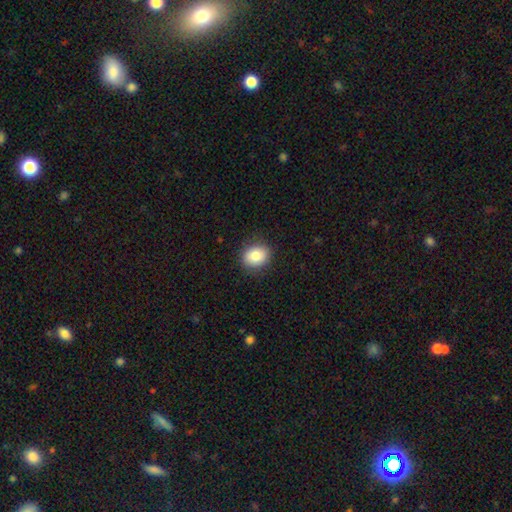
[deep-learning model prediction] Q: Smooth or featured?
A: smooth (84%); runner-up: star or artifact (8%)
Q: How rounded?
A: round (53%); runner-up: in between (46%)
Q: Merging?
A: none (88%); runner-up: minor disturbance (9%)